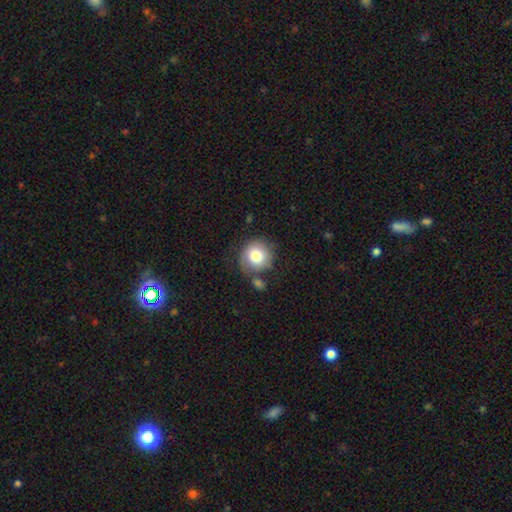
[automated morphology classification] Overall: smooth (79%). How rounded: round (89%). Merging: none (60%).